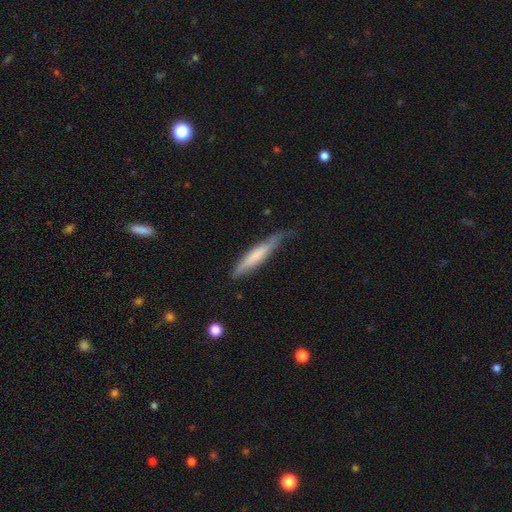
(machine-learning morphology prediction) Smooth or featured? Predicted: smooth (p=0.61). How rounded? Predicted: cigar-shaped (p=0.90). Merging? Predicted: none (p=0.54).